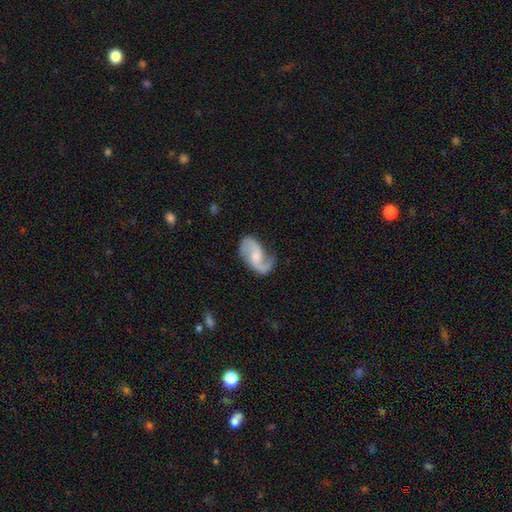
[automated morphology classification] Q: Smooth or featured?
A: featured or disk (85%); runner-up: smooth (10%)
Q: Edge-on disk?
A: no (98%); runner-up: yes (2%)
Q: Bar?
A: no (44%); tied with: weak (44%)
Q: Spiral arms?
A: yes (97%); runner-up: no (3%)
Q: Spiral winding?
A: loose (51%); runner-up: medium (39%)
Q: Spiral arm count?
A: 2 (90%); runner-up: 1 (5%)
Q: Bulge size?
A: moderate (40%); runner-up: small (32%)
Q: Merging?
A: none (72%); runner-up: minor disturbance (18%)